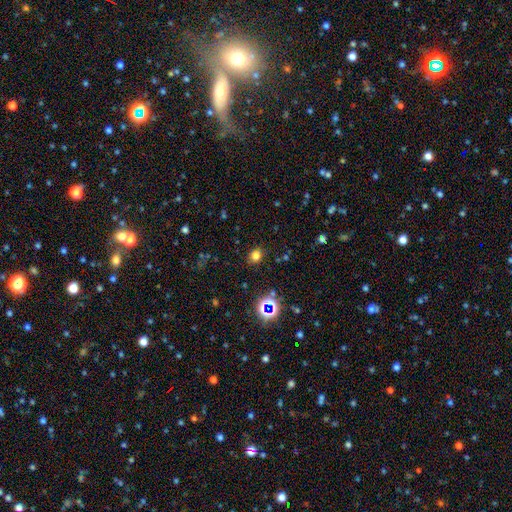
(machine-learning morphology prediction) smooth_or_featured: smooth (p=0.75) [alt: star or artifact p=0.19]
how_rounded: round (p=0.71) [alt: in between p=0.28]
merging: none (p=0.86) [alt: minor disturbance p=0.09]